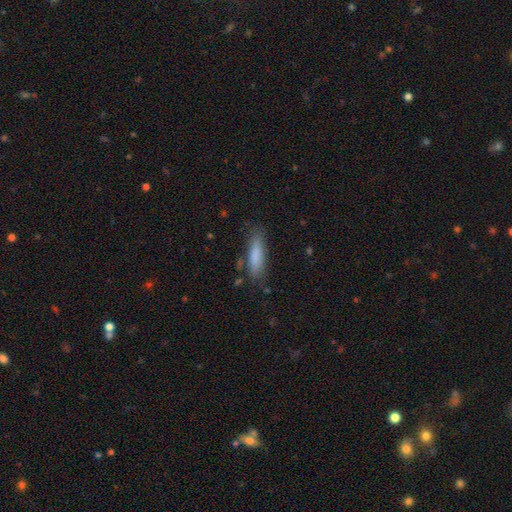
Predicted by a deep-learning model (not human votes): Overall: smooth (81%). How rounded: cigar-shaped (72%). Merging: none (78%).